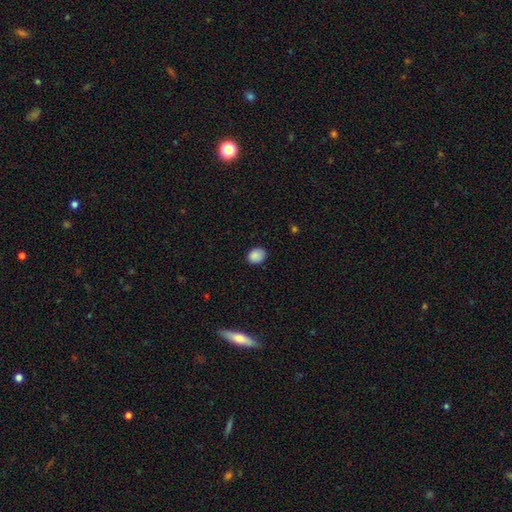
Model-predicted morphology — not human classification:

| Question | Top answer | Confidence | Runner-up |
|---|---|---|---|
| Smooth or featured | smooth | 88% | star or artifact (9%) |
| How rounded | in between | 50% | round (49%) |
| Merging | none | 84% | minor disturbance (13%) |